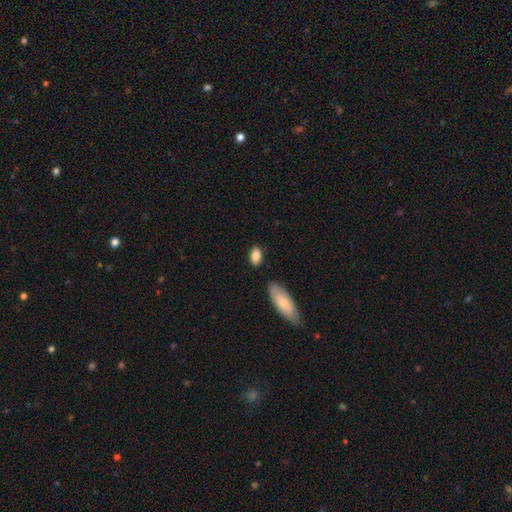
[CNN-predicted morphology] Smooth or featured? Predicted: smooth (p=0.85). How rounded? Predicted: in between (p=0.90). Merging? Predicted: none (p=0.80).